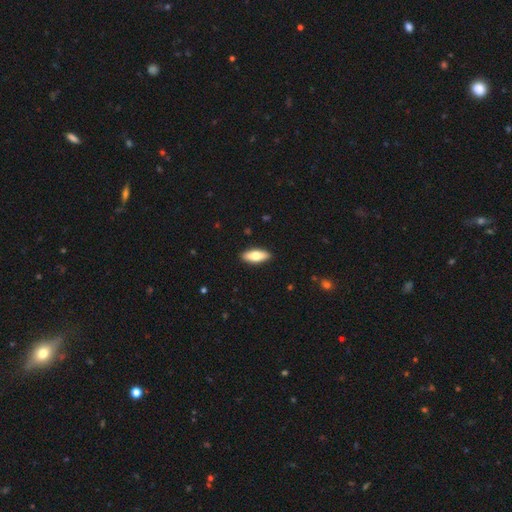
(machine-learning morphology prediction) Smooth or featured? Predicted: smooth (p=0.73). How rounded? Predicted: in between (p=0.71). Merging? Predicted: none (p=0.91).